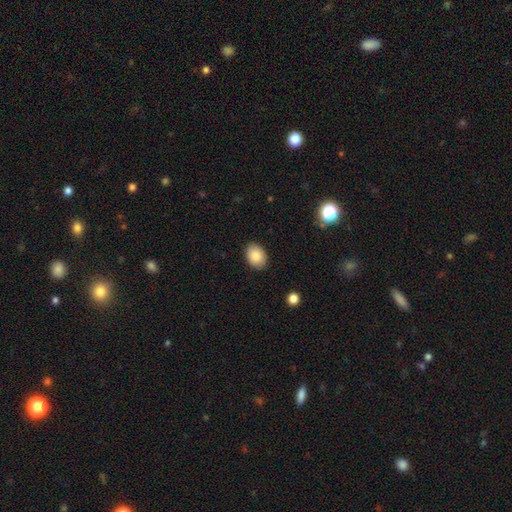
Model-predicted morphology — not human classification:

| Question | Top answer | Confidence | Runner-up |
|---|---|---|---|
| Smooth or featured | smooth | 86% | star or artifact (8%) |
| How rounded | in between | 72% | round (27%) |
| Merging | none | 88% | minor disturbance (9%) |